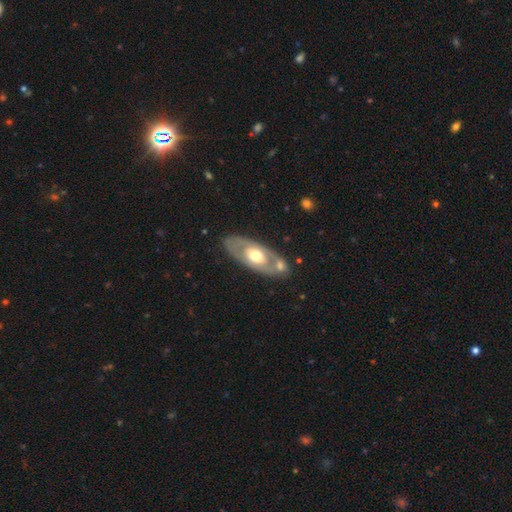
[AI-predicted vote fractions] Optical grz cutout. It shows a featured or disk galaxy (63%) with no bar (84%), no spiral arms (77%) and a moderate central bulge (68%). Merging: none (73%).